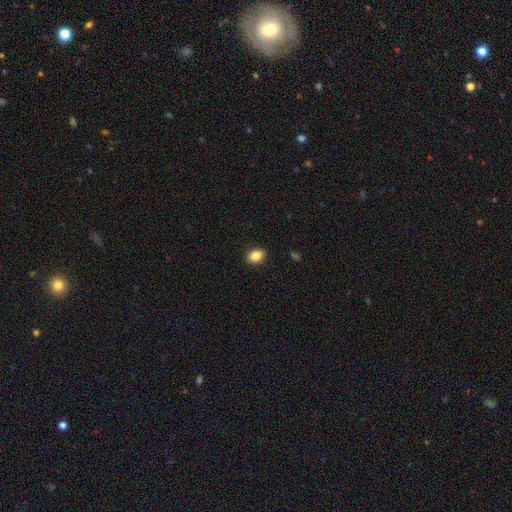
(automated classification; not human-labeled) Morphology: type=smooth (86%); roundness=in between (67%); merging=none (89%).